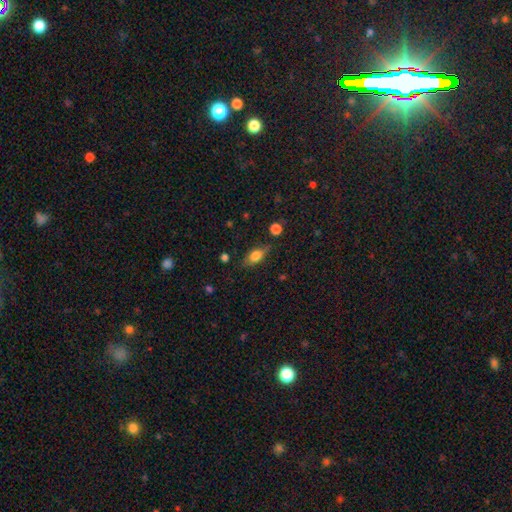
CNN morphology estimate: Smooth or featured? smooth (68%)
How rounded? in between (79%)
Merging? none (75%)